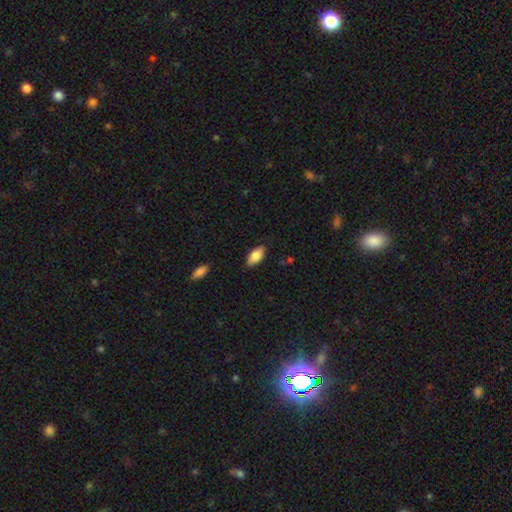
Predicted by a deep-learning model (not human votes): smooth 82%, featured or disk 11%, star or artifact 7%. Down the decision tree: how rounded — in between (91%); merging — none (83%).